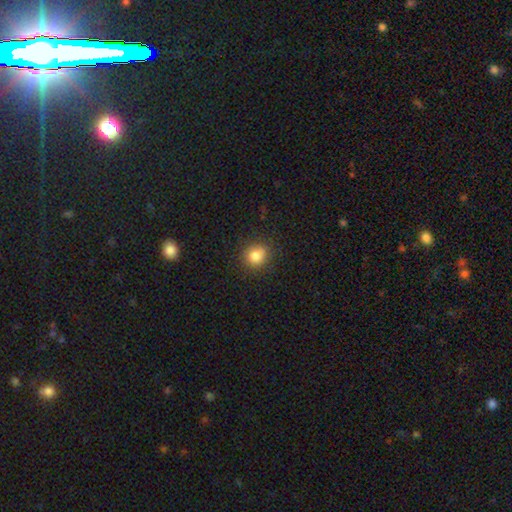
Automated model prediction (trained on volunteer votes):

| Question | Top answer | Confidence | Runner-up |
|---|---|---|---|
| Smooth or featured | smooth | 83% | star or artifact (11%) |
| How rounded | round | 79% | in between (20%) |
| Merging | none | 85% | minor disturbance (11%) |